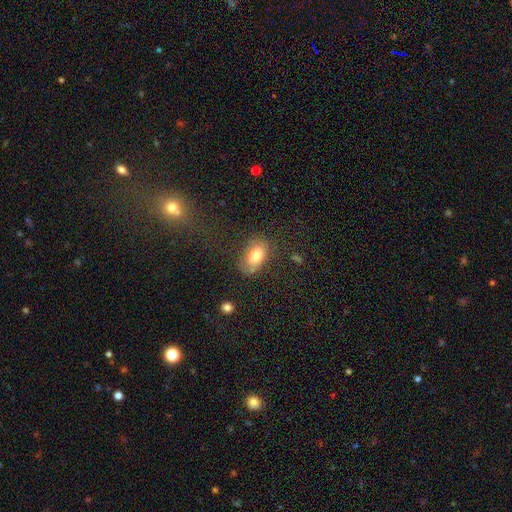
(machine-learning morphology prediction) The model was most divided on "merging": none: 67%, minor disturbance: 20%, major disturbance: 9%, merger: 4%. More confident: how rounded — in between (87%); smooth or featured — smooth (73%).